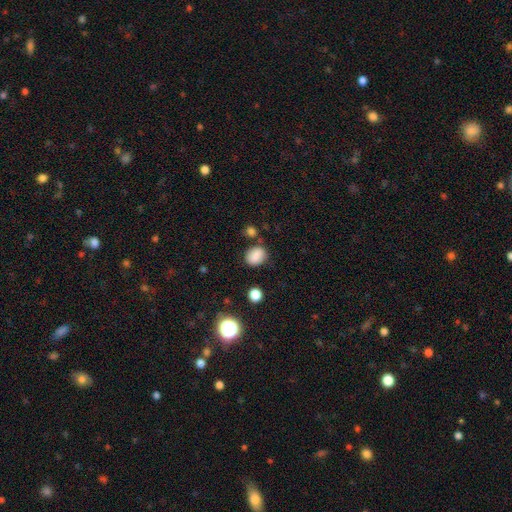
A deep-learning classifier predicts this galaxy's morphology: This appears to be a smooth galaxy with no disk features (83%) that is in between round and cigar-shaped (53%). Merging: none (74%).